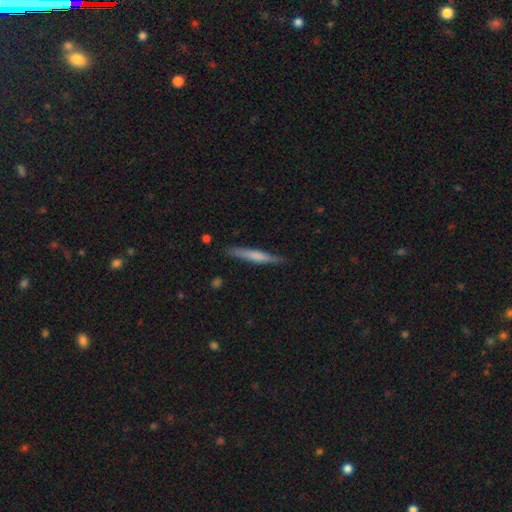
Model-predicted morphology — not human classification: This appears to be a smooth galaxy with no disk features (58%) that is cigar-shaped (95%). Merging: none (86%).